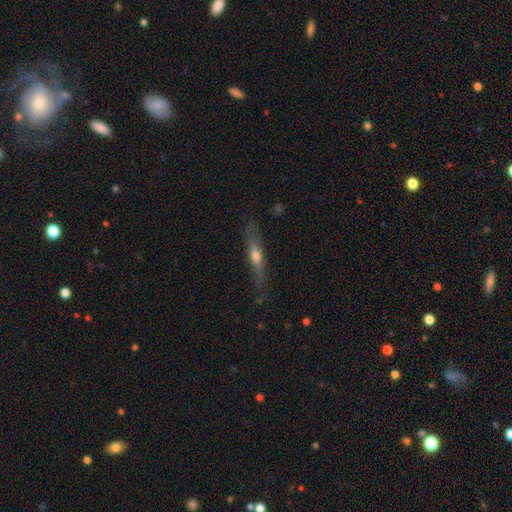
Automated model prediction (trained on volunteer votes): Smooth or featured?
  - featured or disk: 56% *
  - smooth: 37%
  - star or artifact: 7%
Edge-on disk?
  - yes: 84% *
  - no: 16%
Merging?
  - none: 71% *
  - minor disturbance: 20%
  - major disturbance: 7%
  - merger: 2%